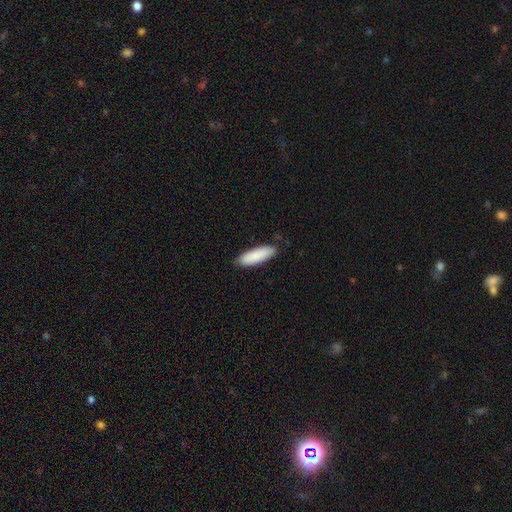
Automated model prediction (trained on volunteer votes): smooth-or-featured: smooth: 89% | featured or disk: 6% | star or artifact: 5%
  how-rounded: in between: 56% | cigar-shaped: 43% | round: 1%
  merging: none: 86% | minor disturbance: 12% | major disturbance: 2% | merger: 1%